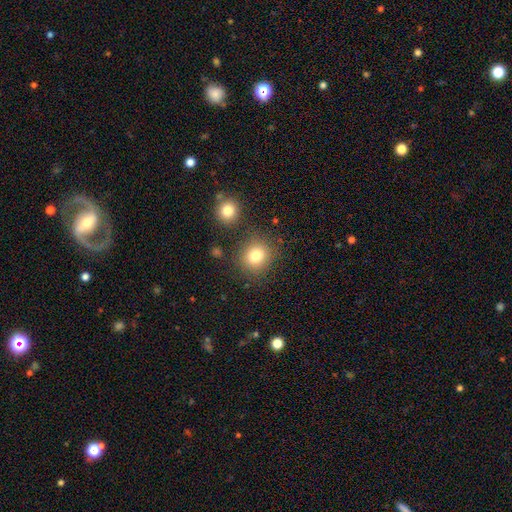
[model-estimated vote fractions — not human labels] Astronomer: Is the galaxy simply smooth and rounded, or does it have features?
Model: smooth — 80%.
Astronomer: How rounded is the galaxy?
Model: round — 85%.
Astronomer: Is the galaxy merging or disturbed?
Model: none — 80%.